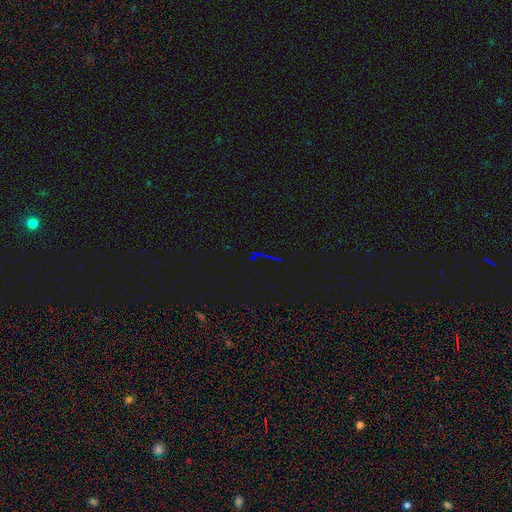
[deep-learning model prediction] The model was most divided on "smooth or featured": star or artifact: 80%, smooth: 10%, featured or disk: 10%.